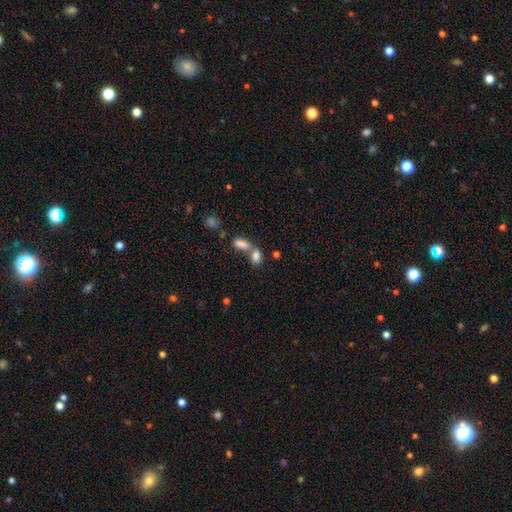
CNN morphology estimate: Smooth or featured?
  - smooth: 82% *
  - star or artifact: 10%
  - featured or disk: 8%
How rounded?
  - in between: 84% *
  - round: 11%
  - cigar-shaped: 5%
Merging?
  - merger: 60% *
  - none: 29%
  - minor disturbance: 7%
  - major disturbance: 4%